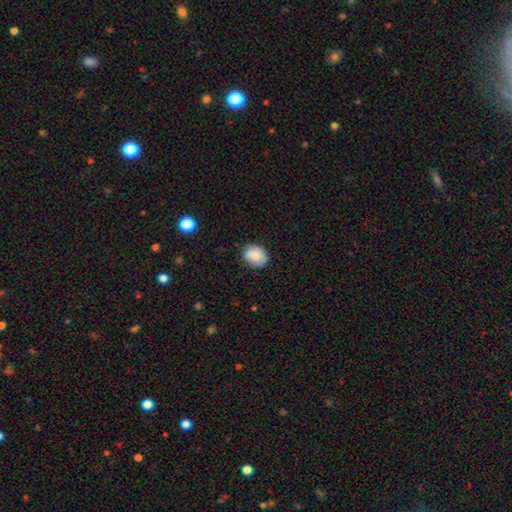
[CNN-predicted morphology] A smooth galaxy with no disk features (84%) that is in between round and cigar-shaped (50%). Merging: none (82%).